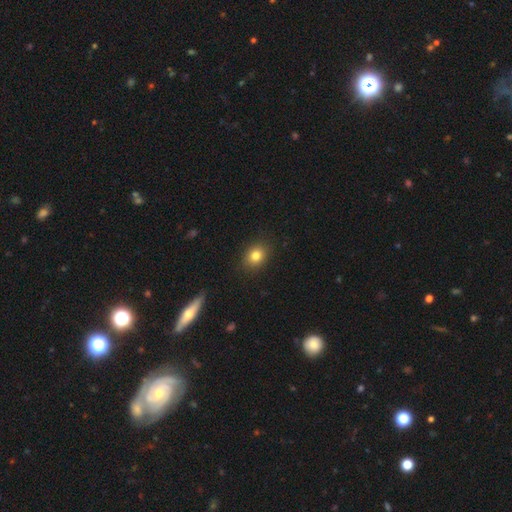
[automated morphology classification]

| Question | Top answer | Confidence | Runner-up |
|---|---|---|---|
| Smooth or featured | smooth | 81% | star or artifact (11%) |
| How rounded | round | 54% | in between (45%) |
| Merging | none | 88% | minor disturbance (8%) |